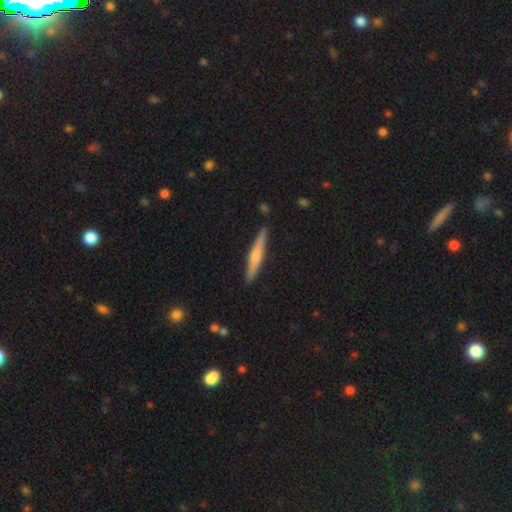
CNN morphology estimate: This is possibly a featured or disk galaxy (48%). Merging: clearly none (89%).